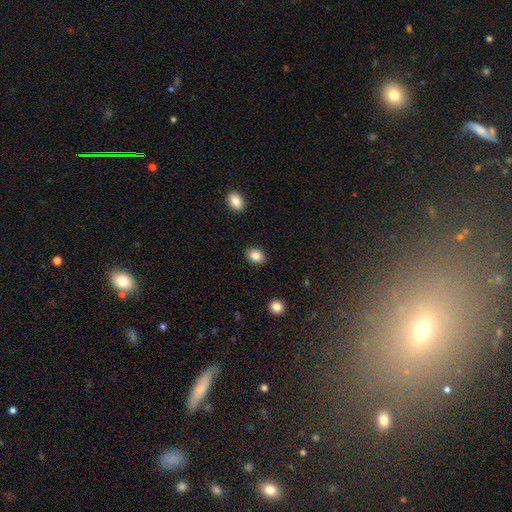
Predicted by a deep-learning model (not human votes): Smooth or featured? smooth (85%)
How rounded? in between (62%)
Merging? none (89%)